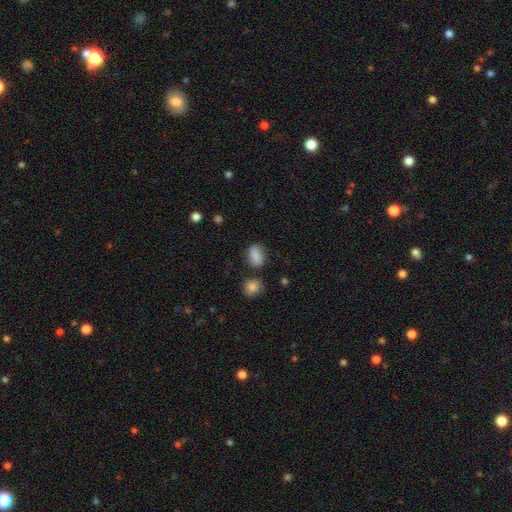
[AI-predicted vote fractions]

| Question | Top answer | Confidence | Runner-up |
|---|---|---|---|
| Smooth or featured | smooth | 84% | star or artifact (9%) |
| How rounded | in between | 75% | round (22%) |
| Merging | none | 71% | minor disturbance (18%) |